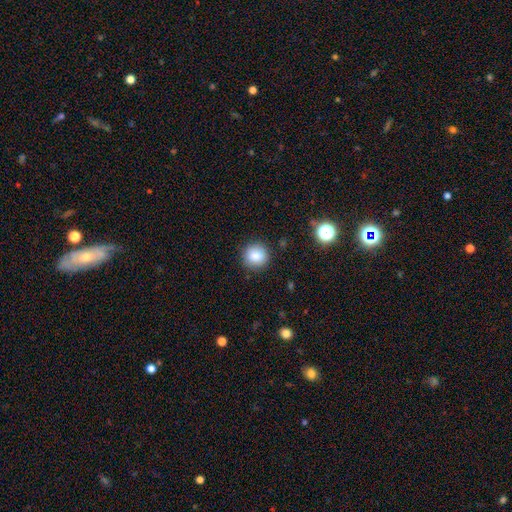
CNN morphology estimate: This is clearly a smooth galaxy (84%). How rounded: clearly round (92%). Merging: clearly none (89%).